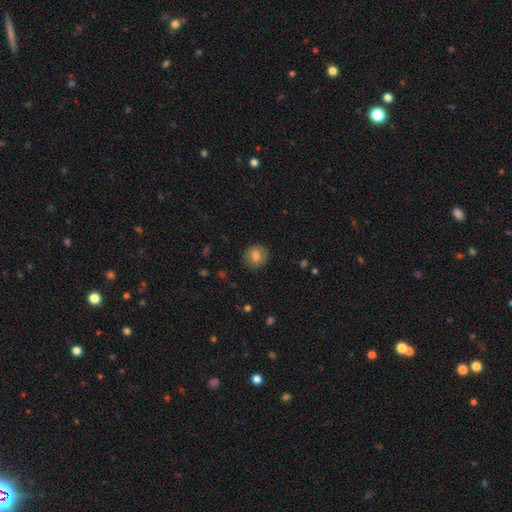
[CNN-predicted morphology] smooth 78%, featured or disk 13%, star or artifact 9%. Down the decision tree: how rounded — round (89%); merging — none (88%).